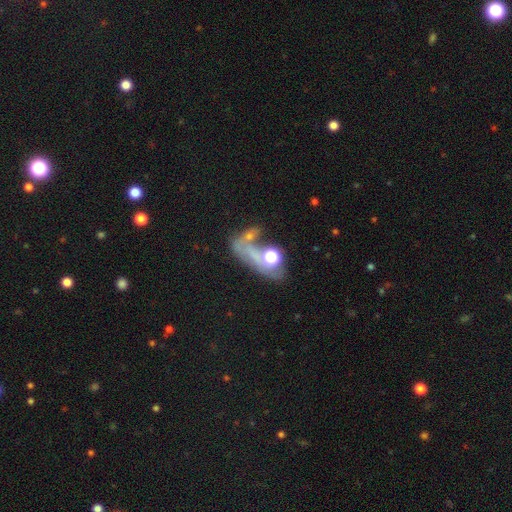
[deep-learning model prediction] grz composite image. It shows a smooth galaxy with no disk features (40%). Merging: major disturbance (31%).